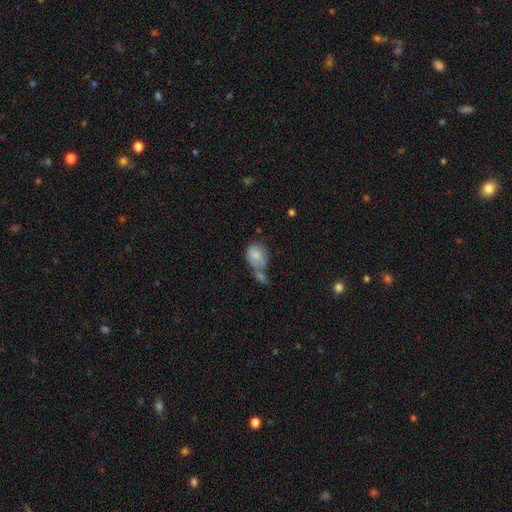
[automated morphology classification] A smooth galaxy with no disk features (76%) that is in between round and cigar-shaped (64%). Merging: merger (49%).